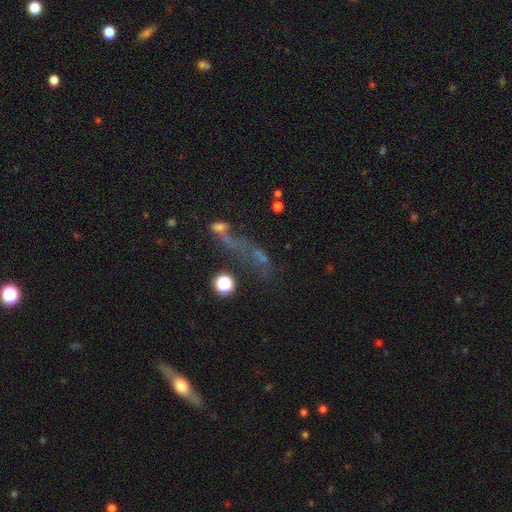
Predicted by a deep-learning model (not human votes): Q: Smooth or featured?
A: star or artifact (35%); runner-up: featured or disk (34%)